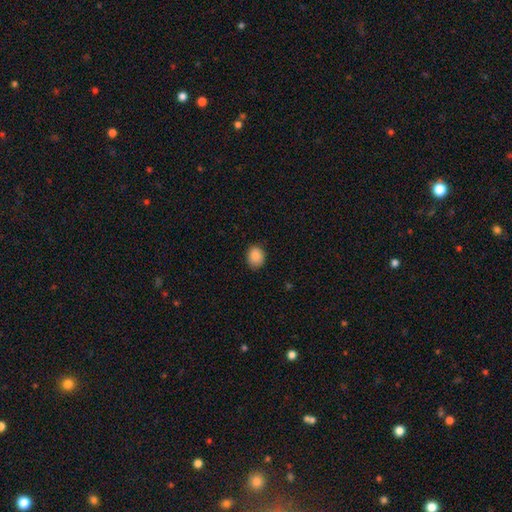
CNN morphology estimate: Smooth or featured? Predicted: smooth (p=0.88). How rounded? Predicted: round (p=0.56). Merging? Predicted: none (p=0.84).